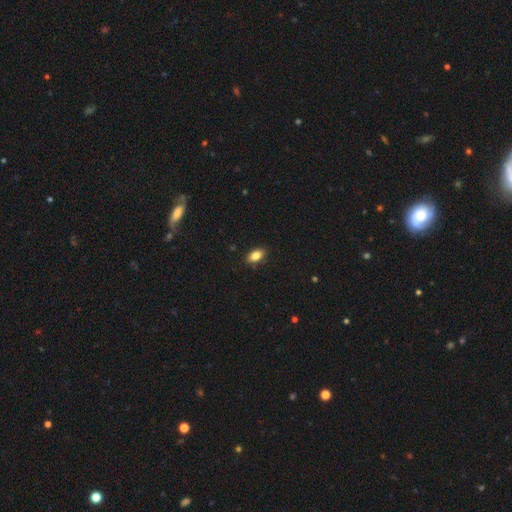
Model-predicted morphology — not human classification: A smooth galaxy with no disk features (83%) that is in between round and cigar-shaped (88%).

Vote fractions:
- Smooth or featured? smooth: 83% / featured or disk: 9% / star or artifact: 8%
- How rounded? in between: 88% / round: 8% / cigar-shaped: 4%
- Merging? none: 87% / minor disturbance: 10% / major disturbance: 2% / merger: 1%